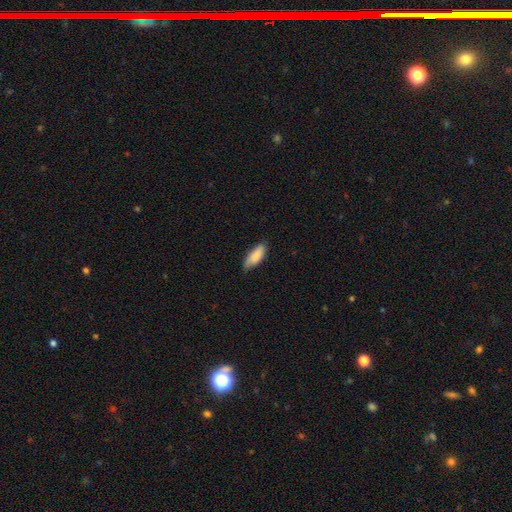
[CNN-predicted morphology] This appears to be a smooth galaxy with no disk features (86%) that is in between round and cigar-shaped (71%). Merging: none (70%).